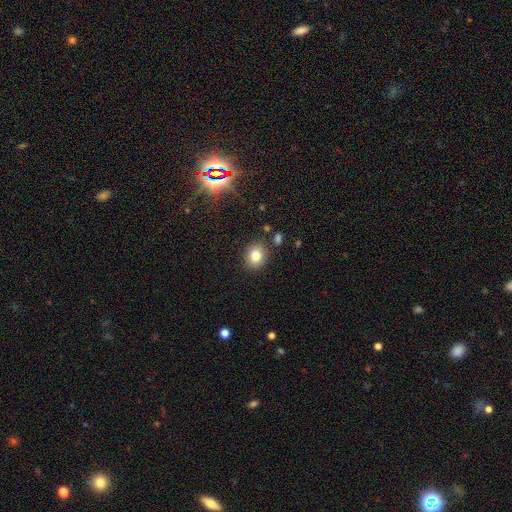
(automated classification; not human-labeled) smooth_or_featured: smooth (p=0.79) [alt: star or artifact p=0.12]
how_rounded: round (p=0.71) [alt: in between p=0.28]
merging: none (p=0.86) [alt: minor disturbance p=0.09]